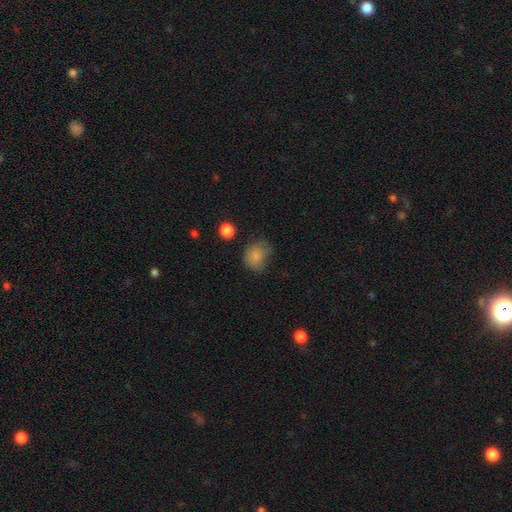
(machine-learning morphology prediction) Overall: smooth (81%). How rounded: round (61%; in between 39%). Merging: none (52%; minor disturbance 32%).